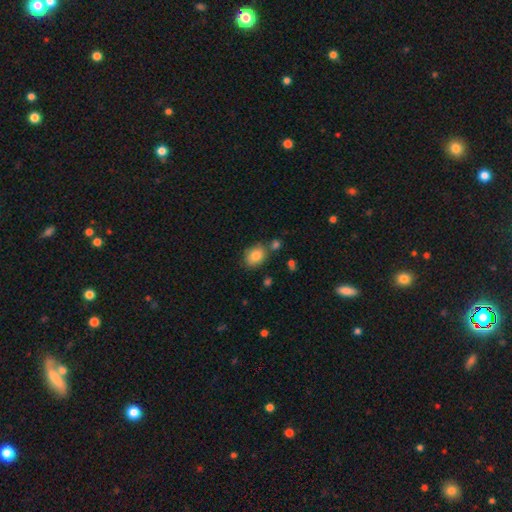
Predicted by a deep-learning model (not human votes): Overall: smooth (82%). How rounded: in between (64%; round 35%). Merging: none (74%).